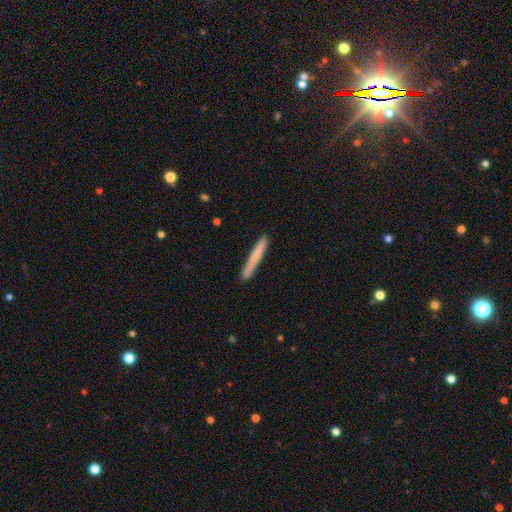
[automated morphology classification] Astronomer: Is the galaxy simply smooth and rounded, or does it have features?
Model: smooth — 67%.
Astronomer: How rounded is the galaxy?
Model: cigar-shaped — 97%.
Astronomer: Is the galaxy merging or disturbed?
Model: none — 88%.